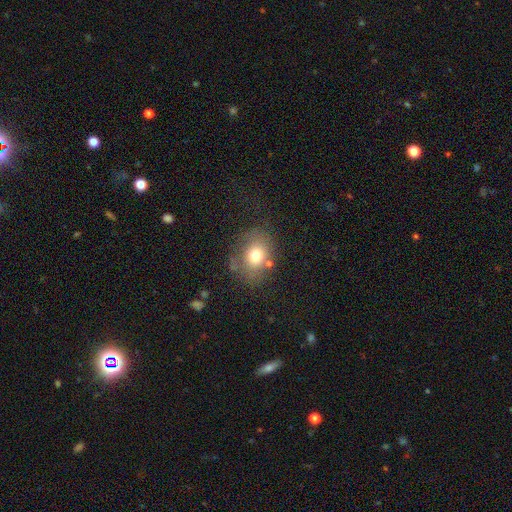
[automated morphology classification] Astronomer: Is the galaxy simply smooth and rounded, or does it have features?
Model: smooth — 73%.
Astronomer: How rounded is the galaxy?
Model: in between — 53% (runner-up: round, 46%).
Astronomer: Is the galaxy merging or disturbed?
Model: none — 68%.